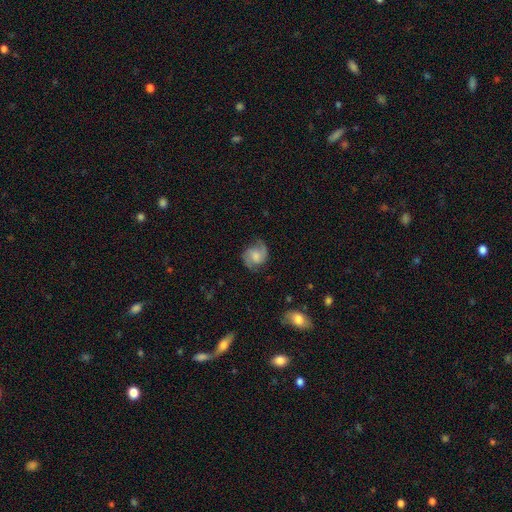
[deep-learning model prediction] This is likely a featured or disk galaxy (68%). It is clearly not viewed edge-on (98%). Bar: possibly no (50%). Spiral arm pattern: clearly yes (94%). Spiral arm count: clearly 2 (87%). Spiral winding: possibly medium (50%). Central bulge: marginally moderate (36%). Merging: likely none (73%).